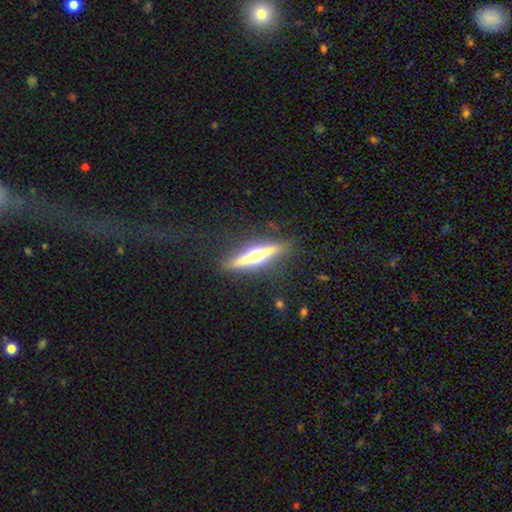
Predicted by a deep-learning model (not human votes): A featured or disk galaxy (74%) viewed edge-on (97%) with a rounded central bulge (94%). Merging: none (88%).